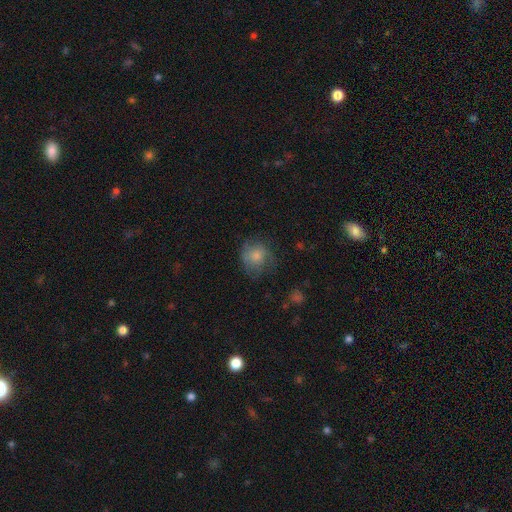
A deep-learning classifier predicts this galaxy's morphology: smooth-or-featured: smooth: 68% | featured or disk: 23% | star or artifact: 9%
  how-rounded: round: 78% | in between: 21% | cigar-shaped: 1%
  merging: none: 59% | minor disturbance: 25% | major disturbance: 15% | merger: 1%